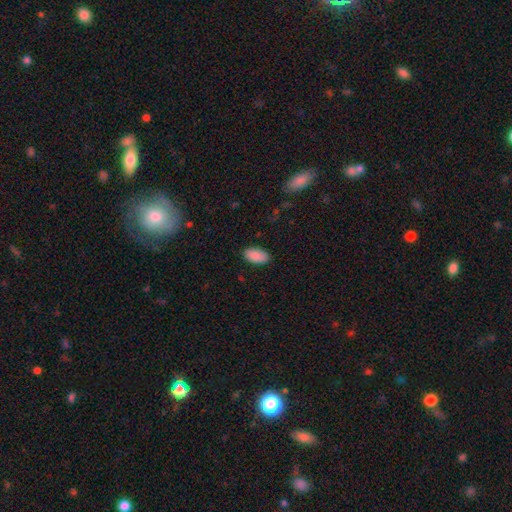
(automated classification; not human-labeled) Q: Smooth or featured?
A: smooth (90%); runner-up: star or artifact (6%)
Q: How rounded?
A: in between (95%); runner-up: round (3%)
Q: Merging?
A: none (88%); runner-up: minor disturbance (9%)